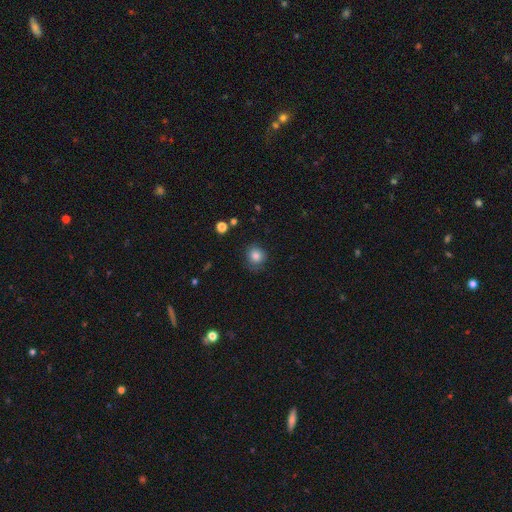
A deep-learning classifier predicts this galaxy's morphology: smooth-or-featured: smooth: 82% | star or artifact: 10% | featured or disk: 7%
  how-rounded: round: 86% | in between: 14% | cigar-shaped: 1%
  merging: none: 75% | minor disturbance: 17% | major disturbance: 6% | merger: 2%